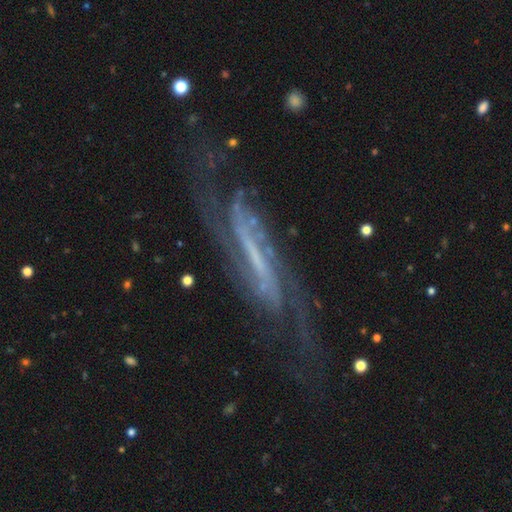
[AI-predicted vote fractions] Smooth or featured? Predicted: featured or disk (p=0.86). Edge-on disk? Predicted: no (p=0.76). Bar? Predicted: strong (p=0.59). Spiral arms? Predicted: yes (p=0.95). Spiral winding? Predicted: medium (p=0.47). Spiral arm count? Predicted: 2 (p=0.73). Bulge size? Predicted: none (p=0.43). Merging? Predicted: none (p=0.70).